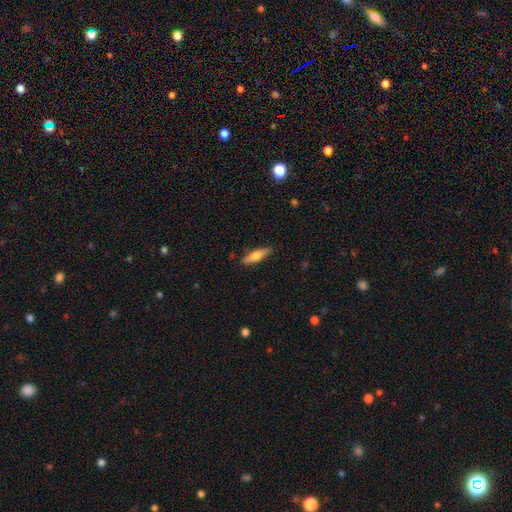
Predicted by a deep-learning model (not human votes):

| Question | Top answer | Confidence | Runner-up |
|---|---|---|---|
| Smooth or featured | smooth | 61% | featured or disk (33%) |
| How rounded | cigar-shaped | 66% | in between (32%) |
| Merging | none | 88% | minor disturbance (9%) |